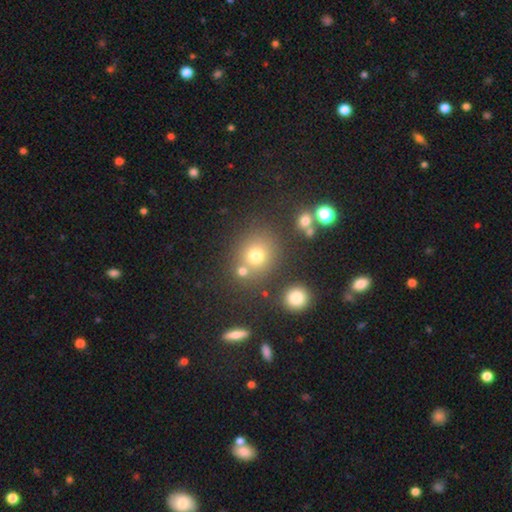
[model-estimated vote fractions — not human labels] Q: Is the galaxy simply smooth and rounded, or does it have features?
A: smooth — 72%.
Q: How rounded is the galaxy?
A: round — 81%.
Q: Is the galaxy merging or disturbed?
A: none — 68%.